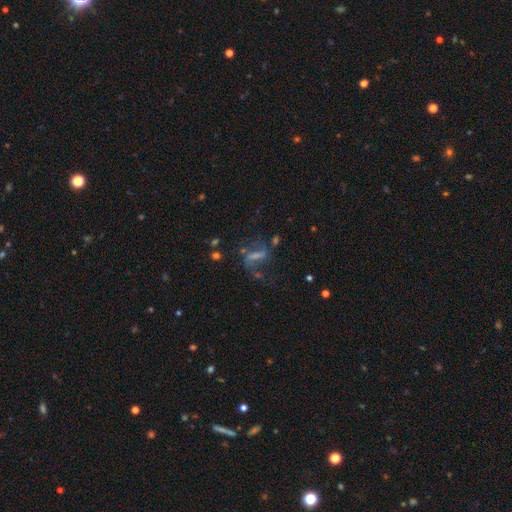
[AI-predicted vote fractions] Overall: featured or disk (59%; smooth 22%). Edge-on disk: no (90%). Bar: strong (45%; weak 33%). Spiral arms: yes (74%). Bulge size: none (50%; small 24%). Merging: none (47%; major disturbance 29%).